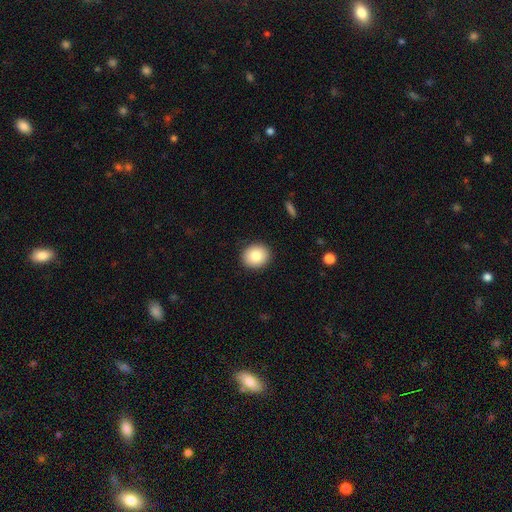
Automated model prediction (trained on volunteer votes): Overall: smooth (83%). How rounded: round (74%). Merging: none (90%).